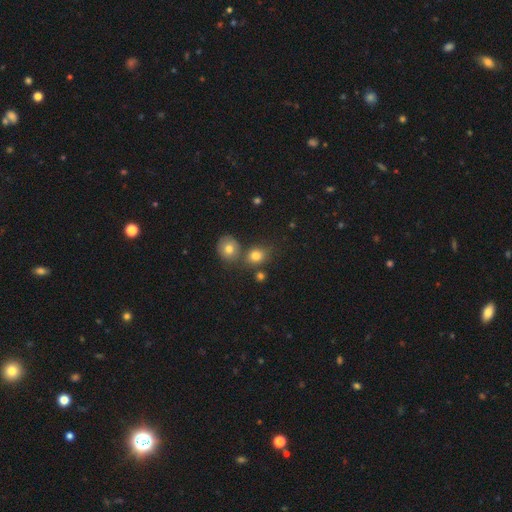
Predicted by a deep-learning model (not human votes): Smooth or featured: smooth — 78% (star or artifact — 13%)
How rounded: round — 63% (in between — 35%)
Merging: none — 60% (merger — 25%)